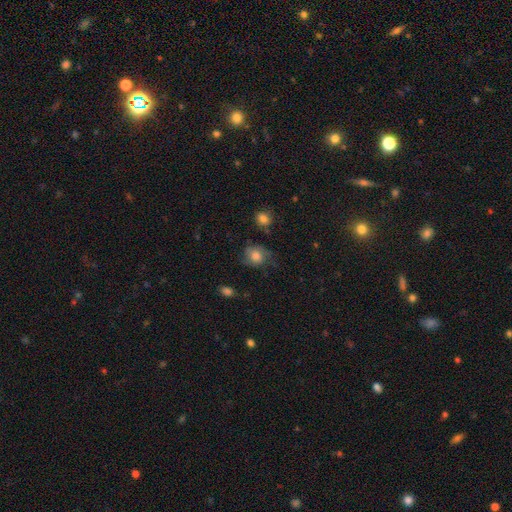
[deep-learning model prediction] Q: Smooth or featured?
A: smooth (63%); runner-up: featured or disk (27%)
Q: How rounded?
A: round (71%); runner-up: in between (28%)
Q: Merging?
A: none (50%); runner-up: minor disturbance (28%)